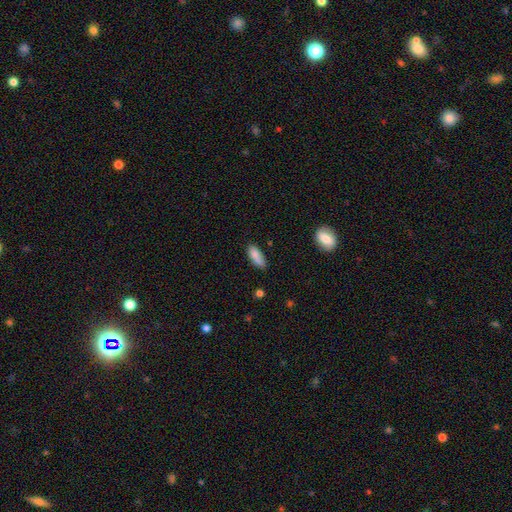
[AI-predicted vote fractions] Q: Smooth or featured?
A: smooth (81%); runner-up: featured or disk (12%)
Q: How rounded?
A: in between (78%); runner-up: cigar-shaped (20%)
Q: Merging?
A: none (62%); runner-up: minor disturbance (24%)